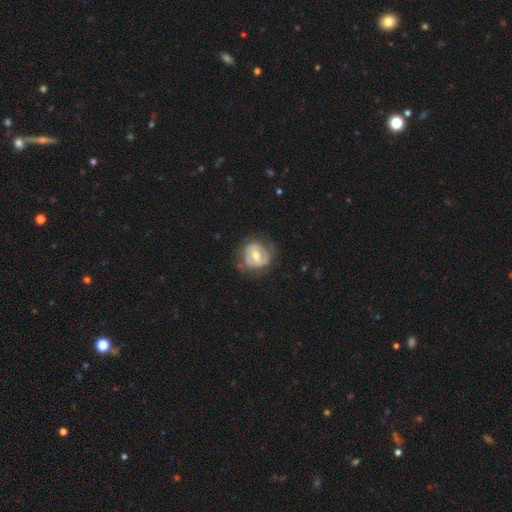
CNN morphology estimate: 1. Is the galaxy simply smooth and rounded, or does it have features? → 65% featured or disk, 29% smooth, 5% star or artifact.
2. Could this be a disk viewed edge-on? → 97% no, 3% yes.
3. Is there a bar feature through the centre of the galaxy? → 43% weak, 30% strong, 27% no.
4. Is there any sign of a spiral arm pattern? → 55% yes, 45% no.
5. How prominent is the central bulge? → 73% moderate, 17% small, 8% large, 1% none, 1% dominant.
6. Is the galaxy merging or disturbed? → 68% none, 20% minor disturbance, 10% major disturbance, 1% merger.